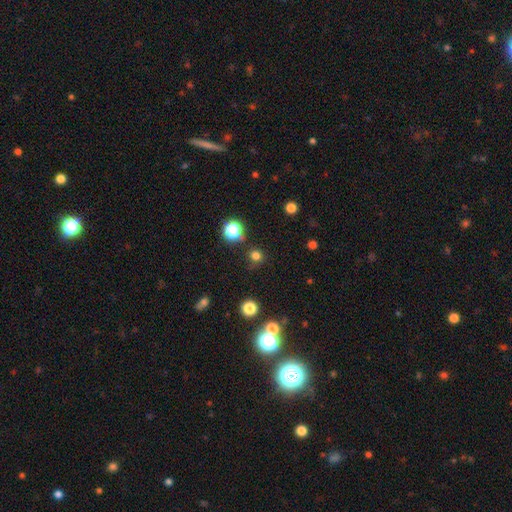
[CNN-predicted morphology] Smooth or featured? Predicted: smooth (p=0.73). How rounded? Predicted: round (p=0.92). Merging? Predicted: none (p=0.82).